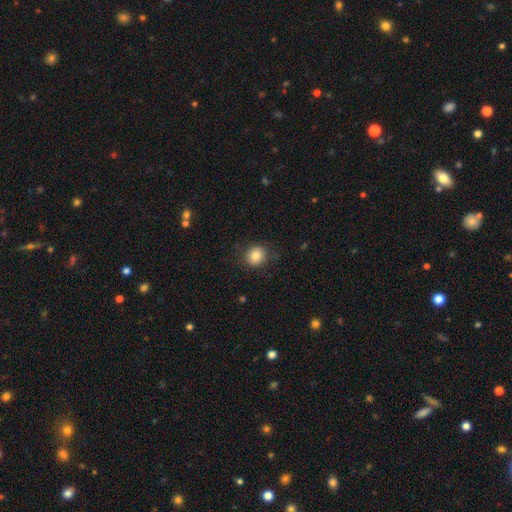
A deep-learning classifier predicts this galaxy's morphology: This appears to be a smooth galaxy with no disk features (83%) that is round (86%). Merging: none (85%).